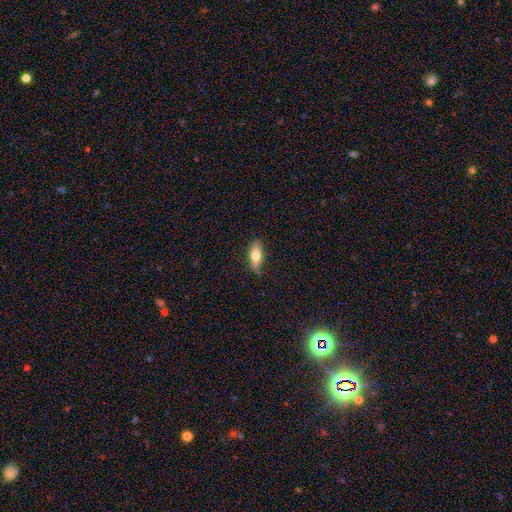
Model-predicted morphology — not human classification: Q: Smooth or featured?
A: smooth (67%); runner-up: featured or disk (27%)
Q: How rounded?
A: in between (63%); runner-up: cigar-shaped (34%)
Q: Merging?
A: none (79%); runner-up: minor disturbance (17%)